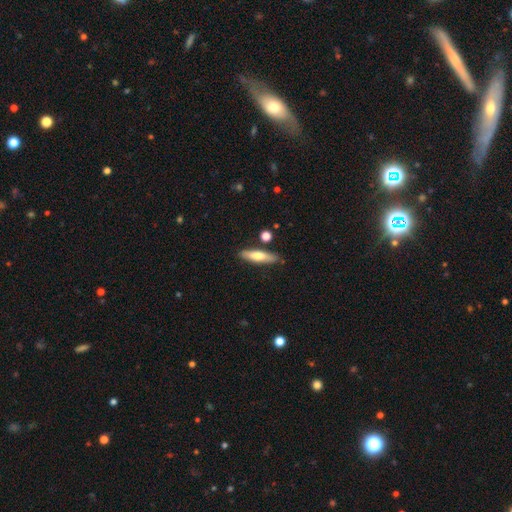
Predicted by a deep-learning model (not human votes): smooth-or-featured: smooth: 62% | featured or disk: 32% | star or artifact: 6%
  how-rounded: cigar-shaped: 74% | in between: 24% | round: 2%
  merging: none: 81% | minor disturbance: 12% | merger: 5% | major disturbance: 2%